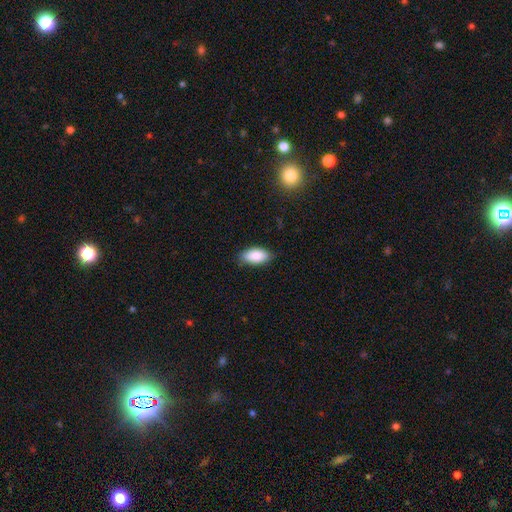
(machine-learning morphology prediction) This is clearly a smooth galaxy (88%). How rounded: clearly in between (93%). Merging: clearly none (83%).